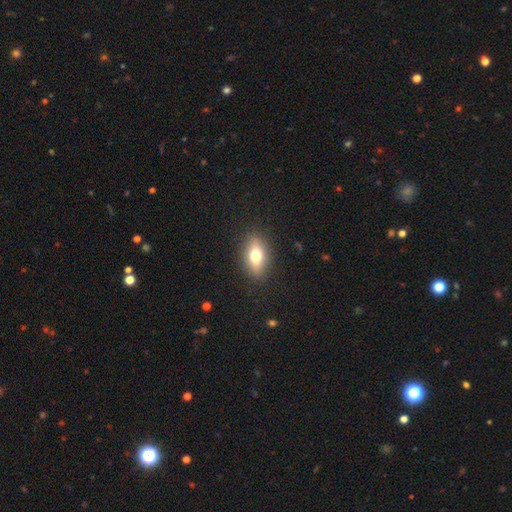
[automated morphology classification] The model was most divided on "smooth or featured": smooth: 69%, featured or disk: 23%, star or artifact: 9%. More confident: merging — none (88%); how rounded — in between (80%).